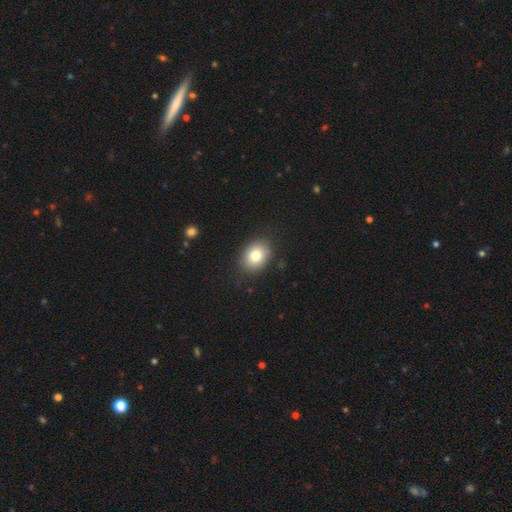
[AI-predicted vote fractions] Smooth or featured? Predicted: smooth (p=0.81). How rounded? Predicted: in between (p=0.63). Merging? Predicted: none (p=0.86).